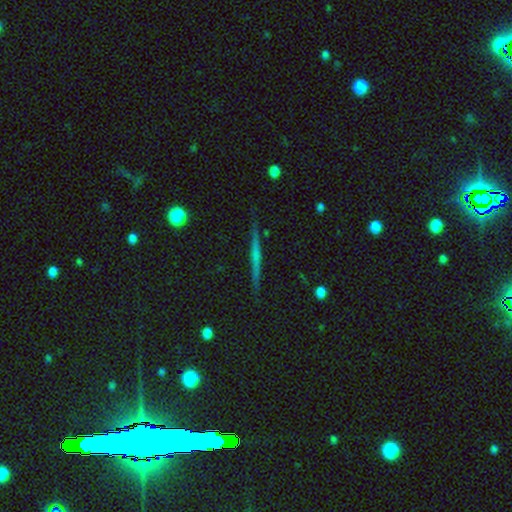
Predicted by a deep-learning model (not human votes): smooth_or_featured: featured or disk (p=0.57) [alt: smooth p=0.30]
disk_edge_on: yes (p=0.97) [alt: no p=0.03]
edge_on_bulge: none (p=0.66) [alt: rounded p=0.25]
merging: none (p=0.90) [alt: minor disturbance p=0.07]